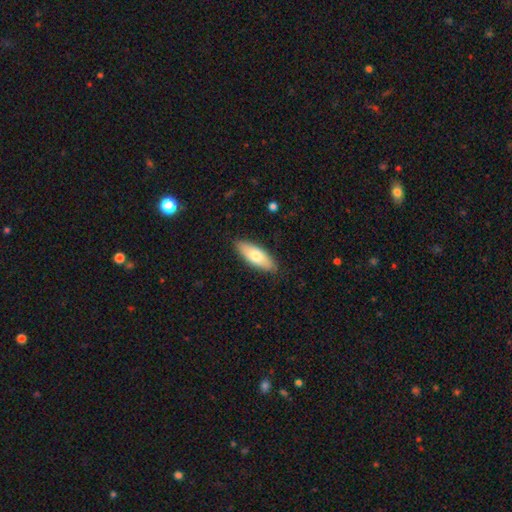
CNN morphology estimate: Smooth or featured? Predicted: smooth (p=0.73). How rounded? Predicted: in between (p=0.69). Merging? Predicted: none (p=0.87).